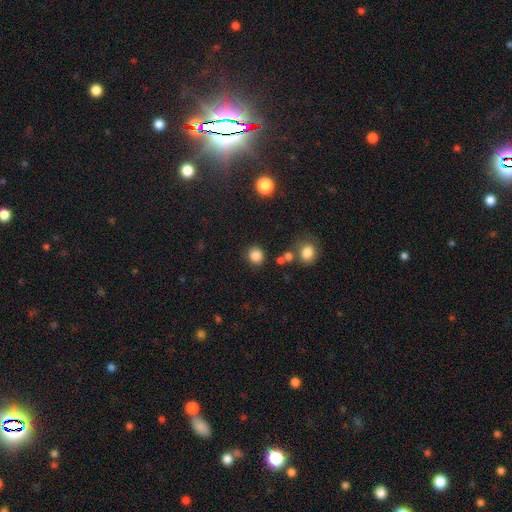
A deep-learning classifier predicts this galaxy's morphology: This appears to be a smooth galaxy with no disk features (84%) that is round (86%). Merging: none (84%).